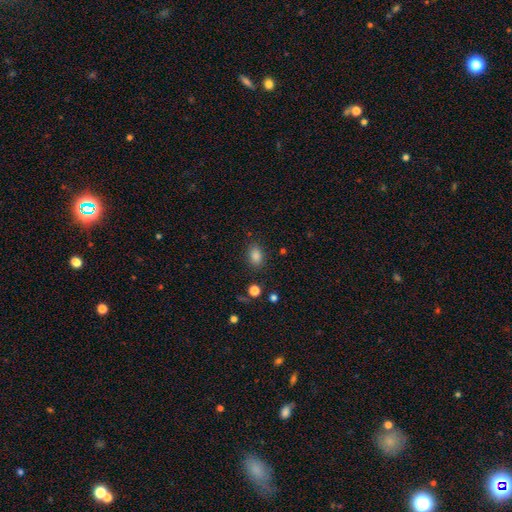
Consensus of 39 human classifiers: A smooth galaxy with no disk features (87%) that is in between round and cigar-shaped (88%). Merging: none (91%).